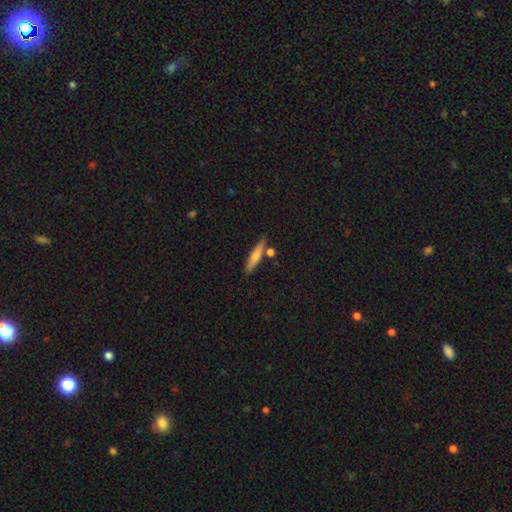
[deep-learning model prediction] This appears to be a smooth galaxy with no disk features (67%) that is cigar-shaped (87%). Merging: none (76%).